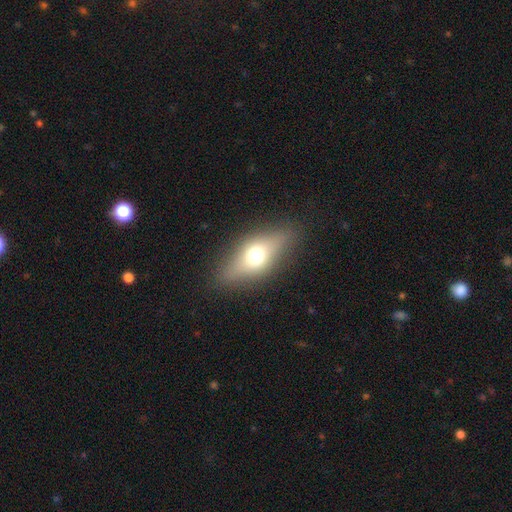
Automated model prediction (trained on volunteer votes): Smooth or featured?
  - smooth: 58% *
  - featured or disk: 32%
  - star or artifact: 11%
How rounded?
  - in between: 69% *
  - cigar-shaped: 20%
  - round: 11%
Merging?
  - none: 83% *
  - minor disturbance: 12%
  - major disturbance: 4%
  - merger: 1%